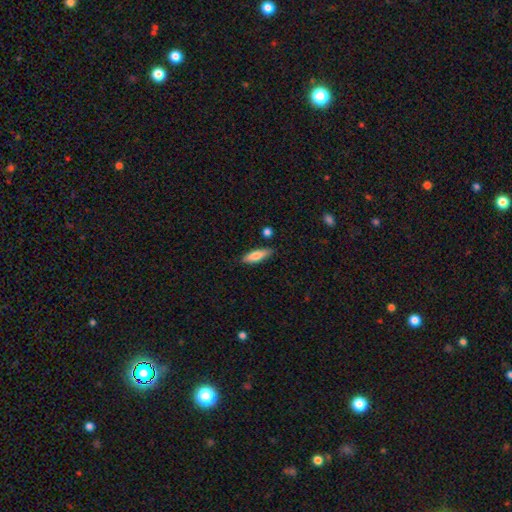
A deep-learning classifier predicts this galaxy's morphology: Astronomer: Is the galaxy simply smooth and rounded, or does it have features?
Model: smooth — 79%.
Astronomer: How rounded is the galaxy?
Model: cigar-shaped — 52% (runner-up: in between, 46%).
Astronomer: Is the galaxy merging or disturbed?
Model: none — 83%.